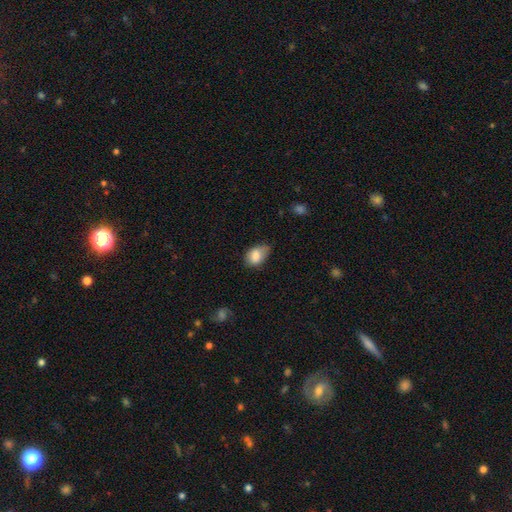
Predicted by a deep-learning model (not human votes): A smooth galaxy with no disk features (83%) that is in between round and cigar-shaped (84%). Merging: none (50%).